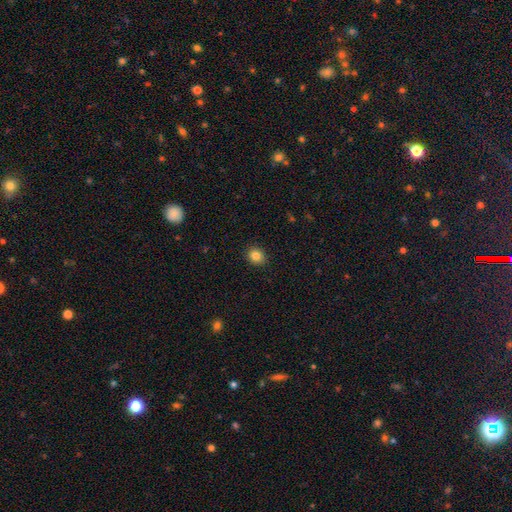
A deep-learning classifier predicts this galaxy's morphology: smooth_or_featured: smooth (p=0.84) [alt: star or artifact p=0.11]
how_rounded: round (p=0.74) [alt: in between p=0.25]
merging: none (p=0.91) [alt: minor disturbance p=0.06]